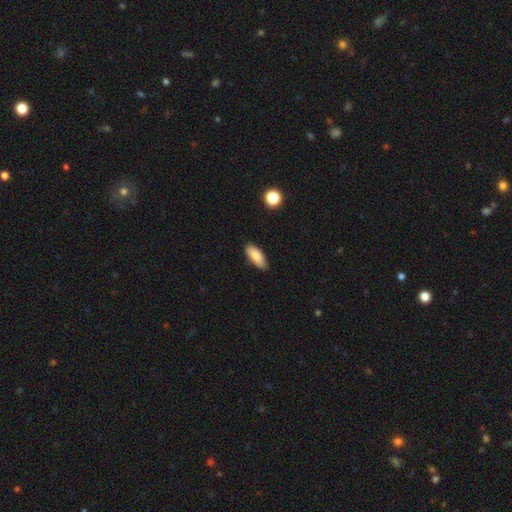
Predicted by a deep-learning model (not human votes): This appears to be a smooth galaxy with no disk features (85%) that is in between round and cigar-shaped (78%). Merging: none (84%).